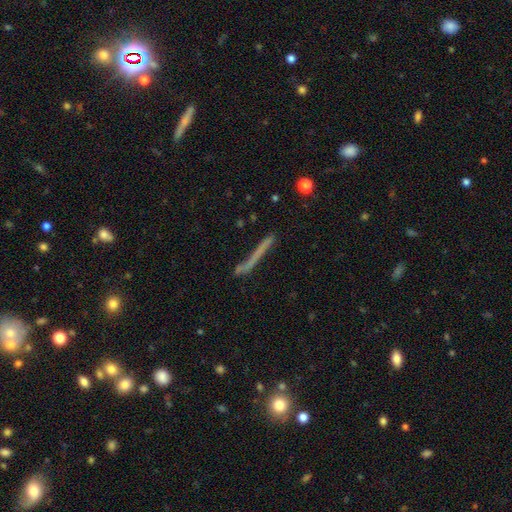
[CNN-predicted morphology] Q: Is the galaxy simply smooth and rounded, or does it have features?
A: smooth — 48%.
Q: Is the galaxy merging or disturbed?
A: none — 78%.